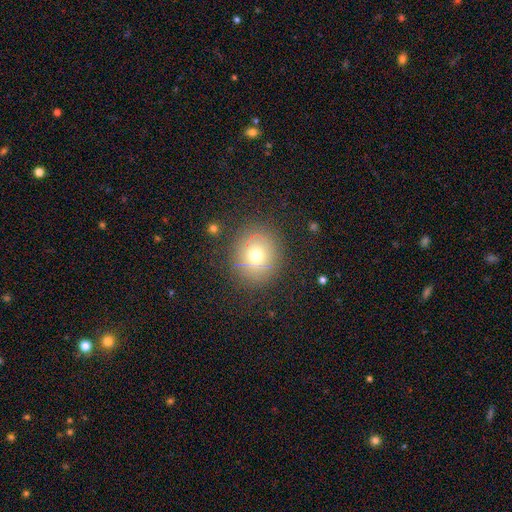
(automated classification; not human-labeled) Smooth or featured: smooth — 68% (featured or disk — 18%)
How rounded: round — 80% (in between — 19%)
Merging: none — 83% (minor disturbance — 11%)